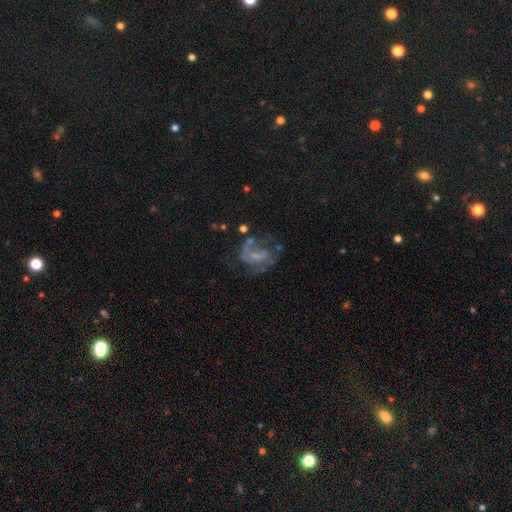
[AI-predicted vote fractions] smooth-or-featured: featured or disk: 72% | smooth: 17% | star or artifact: 11%
  disk-edge-on: no: 97% | yes: 3%
    bar: weak: 44% | no: 42% | strong: 14%
    has-spiral-arms: yes: 74% | no: 26%
      spiral-winding: medium: 46% | loose: 34% | tight: 20%
      spiral-arm-count: 2: 62% | can't tell: 19% | 1: 10% | 3: 6% | 4: 2% | more than 4: 2%
    bulge-size: small: 47% | none: 30% | moderate: 20% | large: 2% | dominant: 1%
  merging: none: 47% | major disturbance: 27% | minor disturbance: 19% | merger: 7%